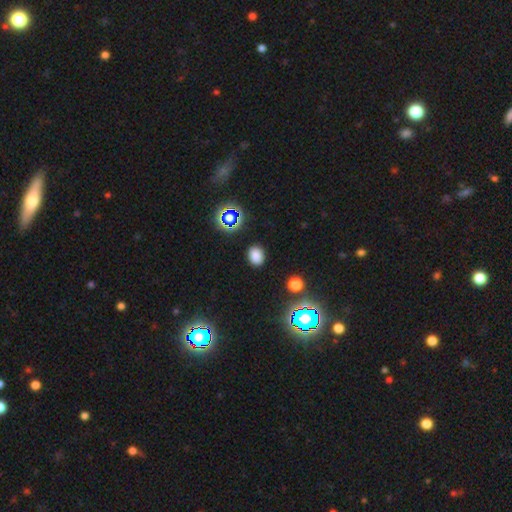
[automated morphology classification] smooth-or-featured: smooth: 79% | star or artifact: 16% | featured or disk: 5%
  how-rounded: in between: 60% | round: 38% | cigar-shaped: 1%
  merging: none: 88% | minor disturbance: 8% | major disturbance: 3% | merger: 2%